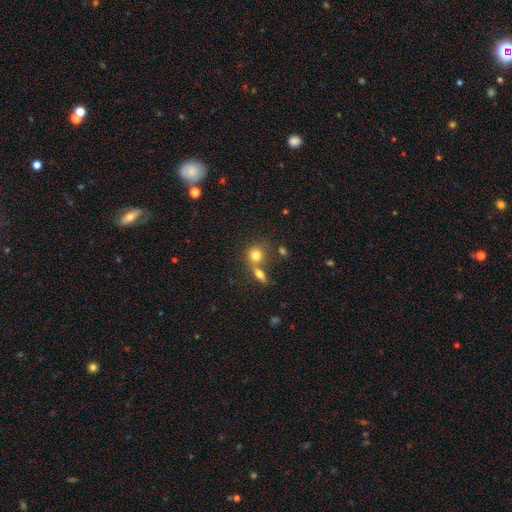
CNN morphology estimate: Smooth or featured?
  - smooth: 78% *
  - featured or disk: 12%
  - star or artifact: 10%
How rounded?
  - round: 78% *
  - in between: 20%
  - cigar-shaped: 2%
Merging?
  - none: 46% *
  - merger: 40%
  - minor disturbance: 10%
  - major disturbance: 5%